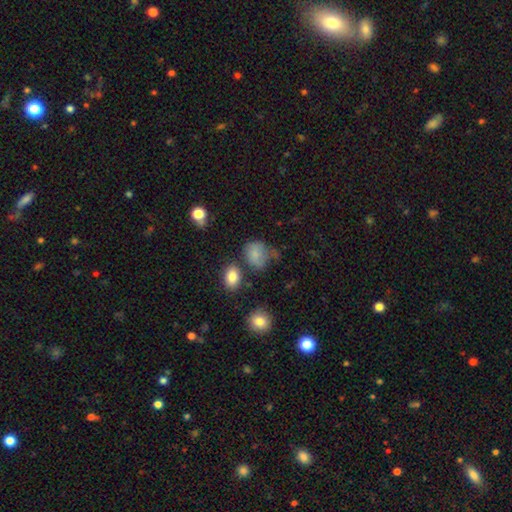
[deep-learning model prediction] smooth_or_featured: smooth (p=0.78) [alt: star or artifact p=0.12]
how_rounded: round (p=0.58) [alt: in between p=0.41]
merging: none (p=0.47) [alt: minor disturbance p=0.29]